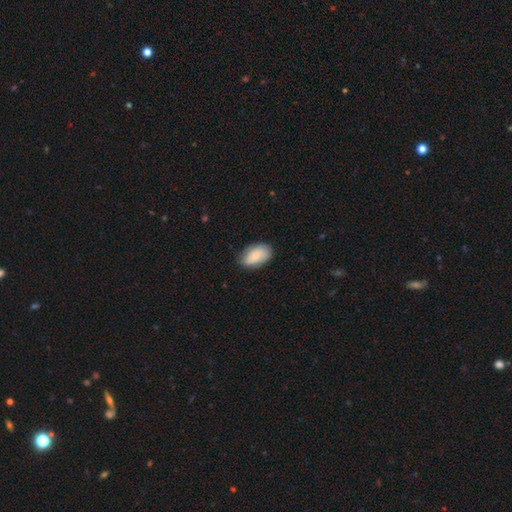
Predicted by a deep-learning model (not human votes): smooth-or-featured: smooth: 77% | featured or disk: 17% | star or artifact: 6%
  how-rounded: in between: 92% | round: 7% | cigar-shaped: 2%
  merging: none: 75% | minor disturbance: 20% | major disturbance: 4% | merger: 1%